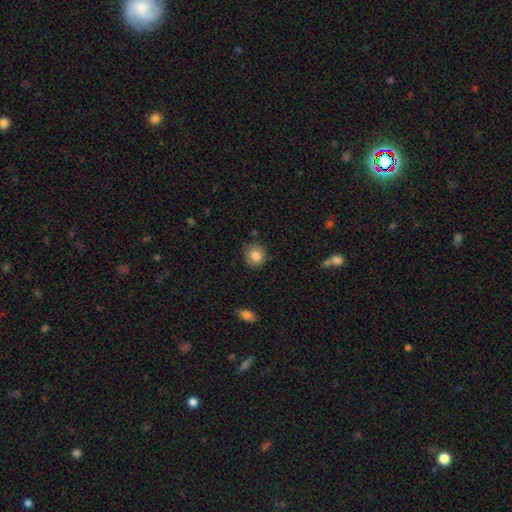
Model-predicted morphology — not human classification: type=smooth (83%); roundness=round (80%); merging=none (81%).